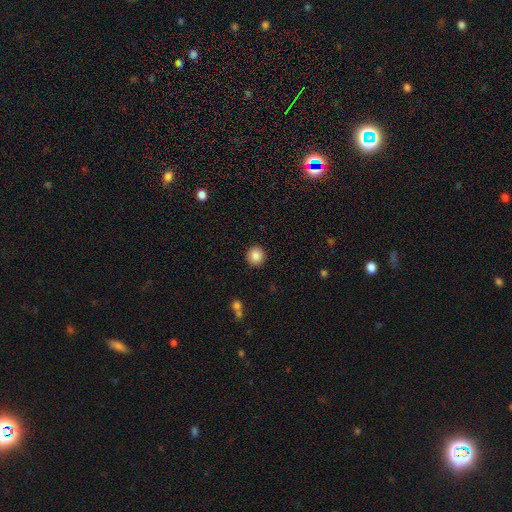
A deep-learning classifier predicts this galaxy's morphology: Smooth or featured? Predicted: smooth (p=0.87). How rounded? Predicted: round (p=0.91). Merging? Predicted: none (p=0.92).